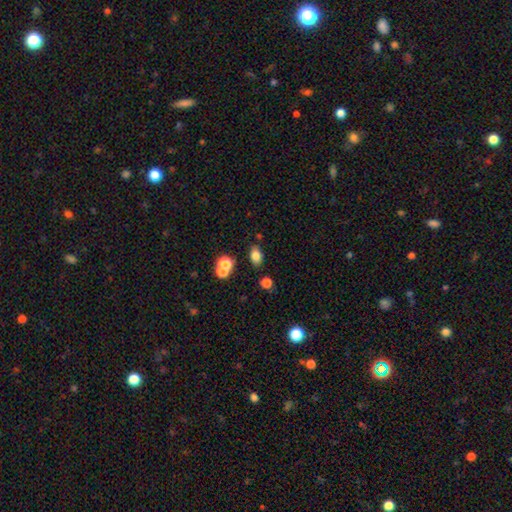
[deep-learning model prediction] This is likely a smooth galaxy (79%). How rounded: clearly in between (81%). Merging: likely none (76%).